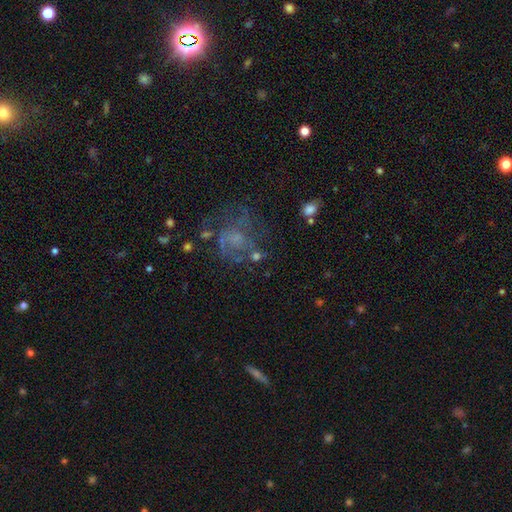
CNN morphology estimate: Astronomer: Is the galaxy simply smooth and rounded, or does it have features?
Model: featured or disk — 55%.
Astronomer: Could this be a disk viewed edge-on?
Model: no — 98%.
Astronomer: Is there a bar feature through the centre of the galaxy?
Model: no — 79%.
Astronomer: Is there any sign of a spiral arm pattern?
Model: yes — 57% (runner-up: no, 43%).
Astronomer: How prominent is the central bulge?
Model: none — 37% (runner-up: small, 34%).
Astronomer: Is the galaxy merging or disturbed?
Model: none — 45% (runner-up: major disturbance, 29%).